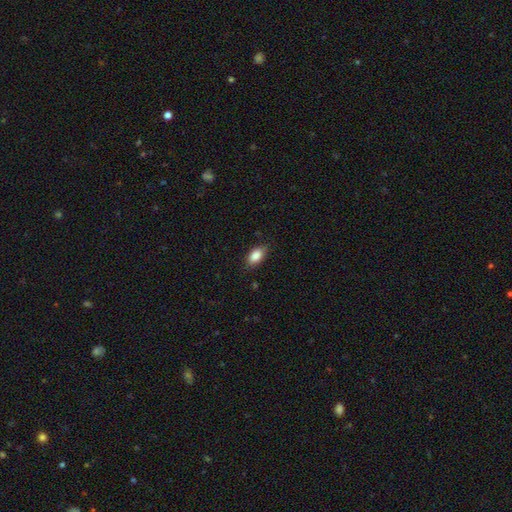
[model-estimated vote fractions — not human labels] Smooth or featured: smooth — 85% (star or artifact — 8%)
How rounded: in between — 89% (round — 7%)
Merging: none — 79% (minor disturbance — 17%)